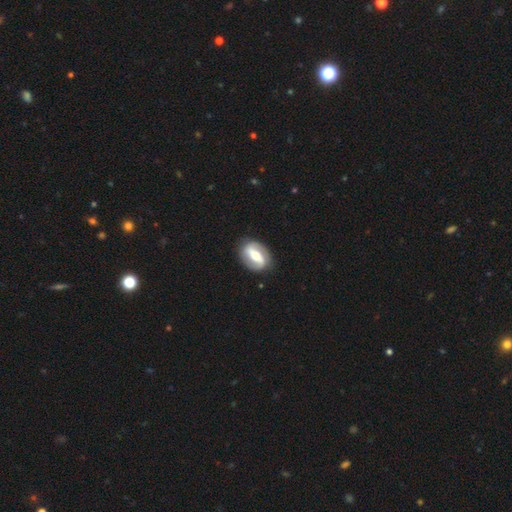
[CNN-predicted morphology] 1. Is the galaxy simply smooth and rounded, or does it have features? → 78% featured or disk, 17% smooth, 5% star or artifact.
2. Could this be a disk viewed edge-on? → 93% no, 7% yes.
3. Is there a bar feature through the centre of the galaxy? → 65% strong, 22% weak, 13% no.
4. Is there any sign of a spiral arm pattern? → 78% yes, 22% no.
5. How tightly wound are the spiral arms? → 37% medium, 35% loose, 29% tight.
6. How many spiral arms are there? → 89% 2, 5% can't tell, 3% 1, 1% 3, 1% 4, 1% more than 4.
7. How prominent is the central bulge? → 67% moderate, 19% small, 11% large, 2% dominant, 1% none.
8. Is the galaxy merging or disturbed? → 86% none, 10% minor disturbance, 3% major disturbance, 1% merger.